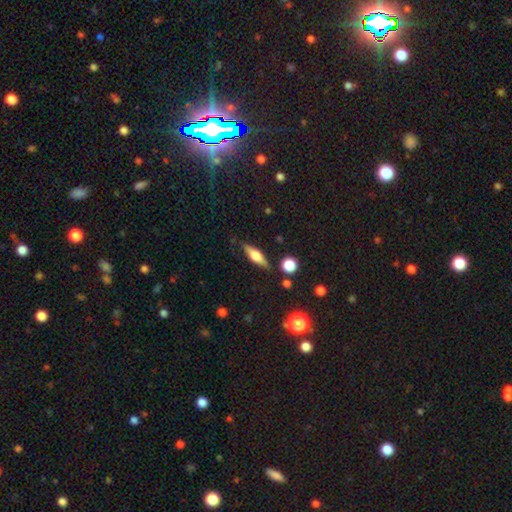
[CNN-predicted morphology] type=featured or disk (55%); edge-on=yes (94%); edge-on bulge=rounded (87%); merging=none (84%).